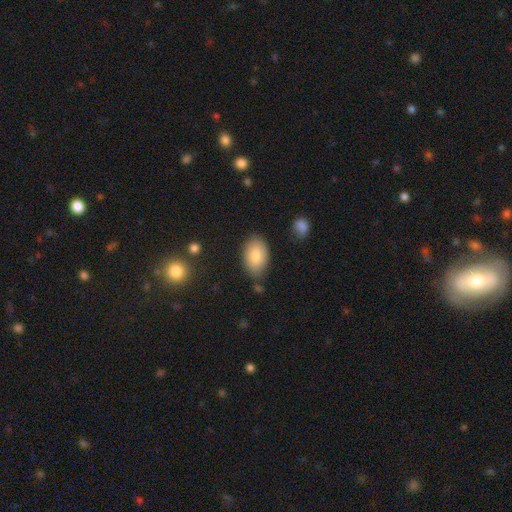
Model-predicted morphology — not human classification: This is clearly a smooth galaxy (83%). How rounded: clearly in between (92%). Merging: likely none (78%).